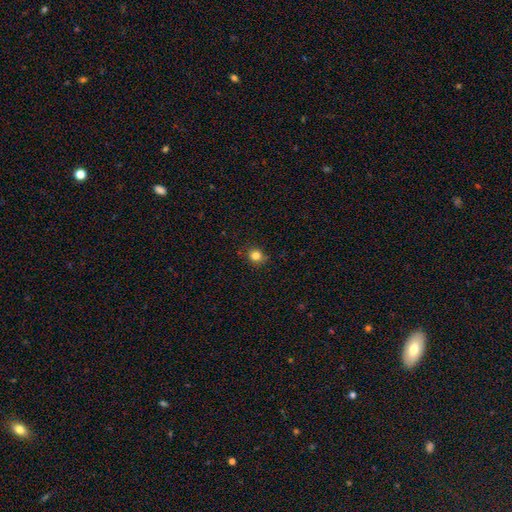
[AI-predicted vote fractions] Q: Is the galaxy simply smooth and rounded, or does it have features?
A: smooth — 82%.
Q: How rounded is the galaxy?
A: round — 84%.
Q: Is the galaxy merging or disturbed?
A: none — 85%.